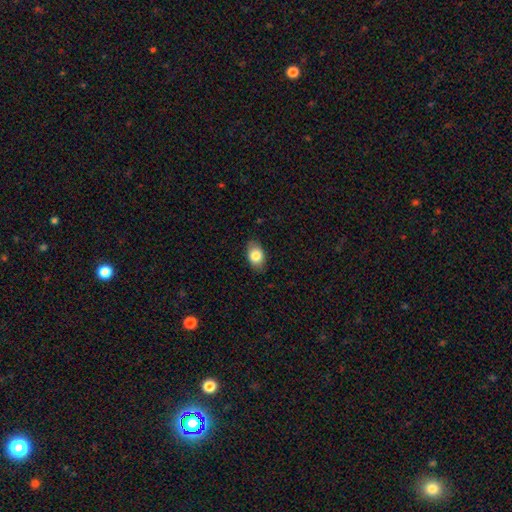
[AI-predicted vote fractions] smooth_or_featured: smooth (p=0.83) [alt: featured or disk p=0.10]
how_rounded: in between (p=0.87) [alt: round p=0.11]
merging: none (p=0.84) [alt: minor disturbance p=0.12]